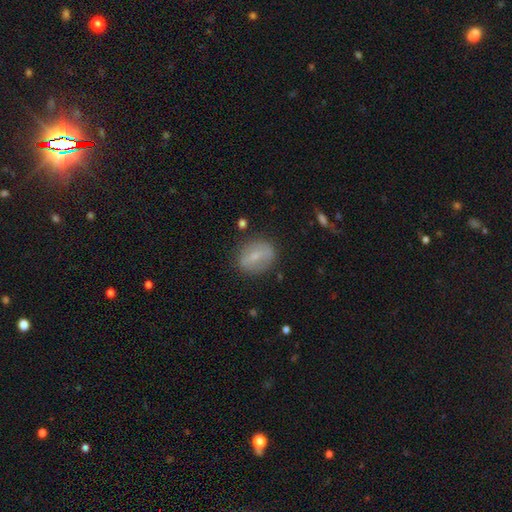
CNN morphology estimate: smooth-or-featured: smooth: 56% | featured or disk: 35% | star or artifact: 8%
  how-rounded: in between: 59% | round: 38% | cigar-shaped: 2%
  merging: none: 80% | minor disturbance: 14% | major disturbance: 5% | merger: 2%